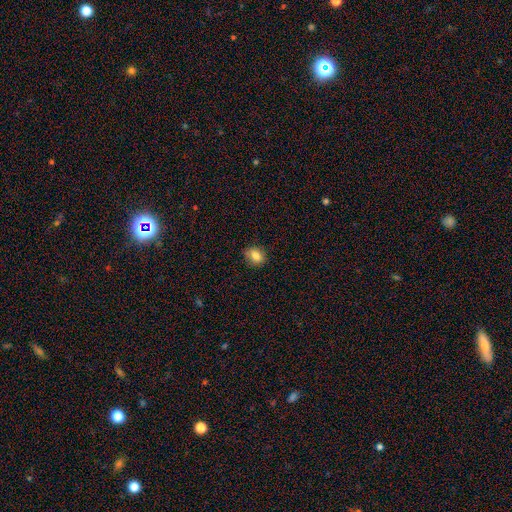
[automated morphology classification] smooth_or_featured: smooth (p=0.83) [alt: star or artifact p=0.10]
how_rounded: round (p=0.60) [alt: in between p=0.39]
merging: none (p=0.79) [alt: minor disturbance p=0.17]